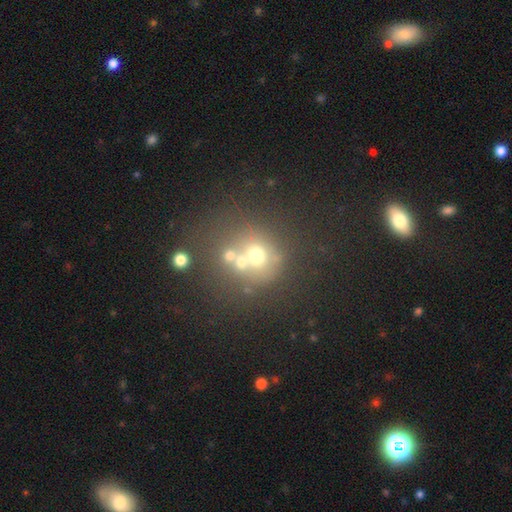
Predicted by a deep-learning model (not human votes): Smooth or featured?
  - smooth: 59% *
  - star or artifact: 21%
  - featured or disk: 21%
How rounded?
  - round: 84% *
  - in between: 15%
  - cigar-shaped: 1%
Merging?
  - none: 49% *
  - merger: 35%
  - minor disturbance: 10%
  - major disturbance: 7%